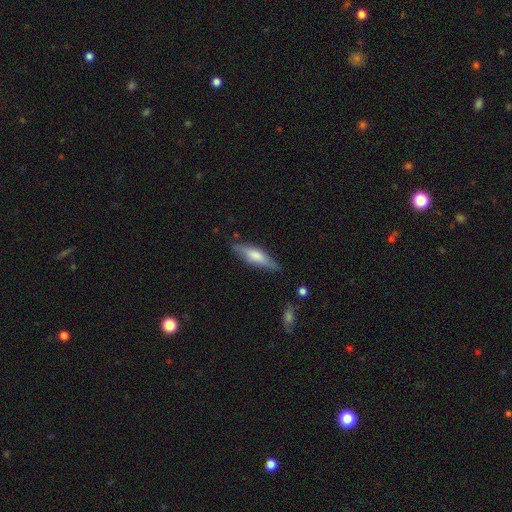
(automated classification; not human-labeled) smooth 59%, featured or disk 36%, star or artifact 6%. Down the decision tree: how rounded — cigar-shaped (65%); merging — none (80%).